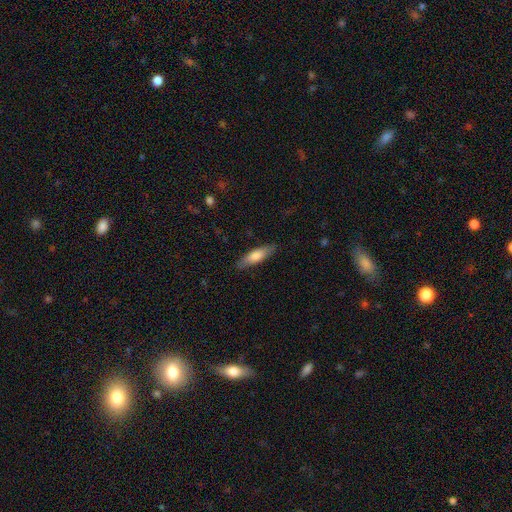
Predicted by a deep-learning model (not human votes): A smooth galaxy with no disk features (71%) that is cigar-shaped (60%).

Vote fractions:
- Smooth or featured? smooth: 71% / featured or disk: 24% / star or artifact: 6%
- How rounded? cigar-shaped: 60% / in between: 39% / round: 2%
- Merging? none: 86% / minor disturbance: 11% / major disturbance: 2% / merger: 1%